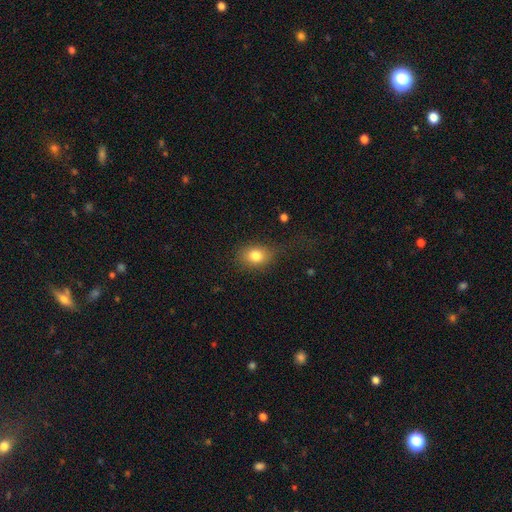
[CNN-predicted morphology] smooth 80%, star or artifact 11%, featured or disk 9%. Down the decision tree: how rounded — in between (60%); merging — none (65%).